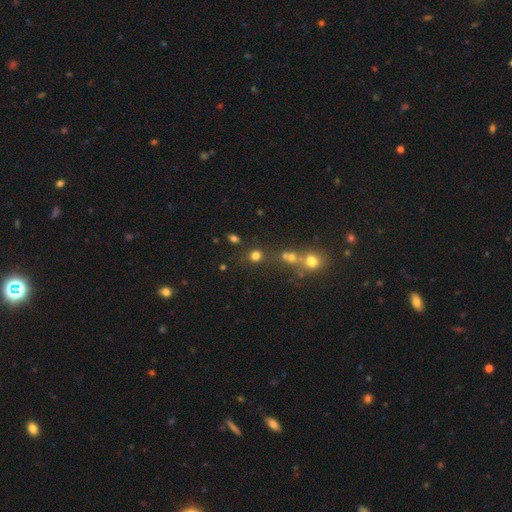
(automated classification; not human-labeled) Smooth or featured: smooth — 73% (star or artifact — 20%)
How rounded: round — 87% (in between — 12%)
Merging: none — 69% (merger — 16%)